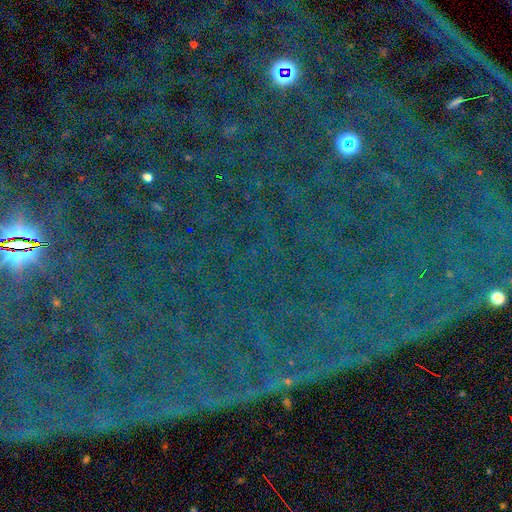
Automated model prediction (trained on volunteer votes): Morphology: type=star or artifact (85%).